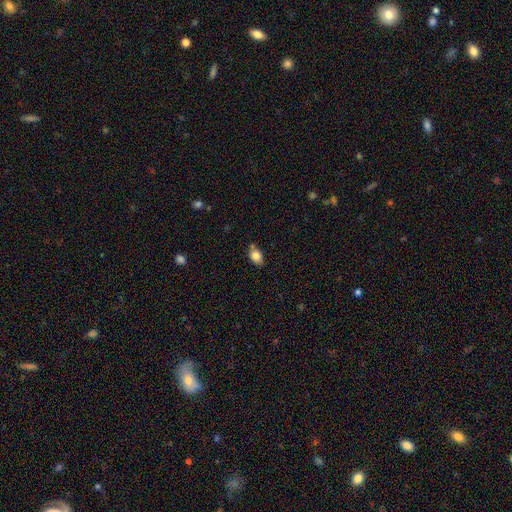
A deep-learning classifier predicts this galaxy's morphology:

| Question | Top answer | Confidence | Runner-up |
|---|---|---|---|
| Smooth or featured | smooth | 82% | featured or disk (9%) |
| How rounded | in between | 82% | round (16%) |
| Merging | none | 72% | minor disturbance (17%) |